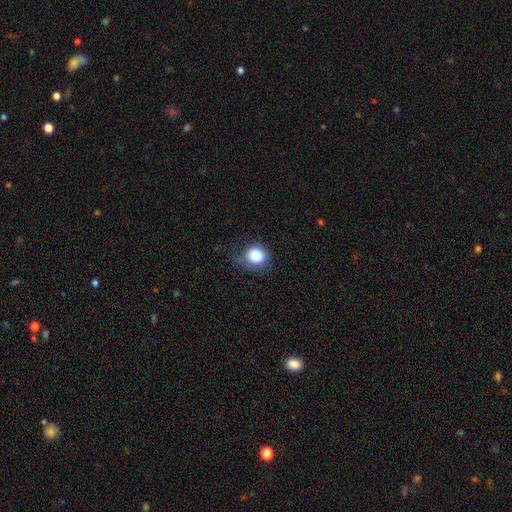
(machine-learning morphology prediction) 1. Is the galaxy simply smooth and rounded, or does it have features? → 85% smooth, 9% star or artifact, 6% featured or disk.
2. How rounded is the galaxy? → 82% round, 17% in between, 1% cigar-shaped.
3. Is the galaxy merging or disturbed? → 60% none, 27% minor disturbance, 11% major disturbance, 2% merger.